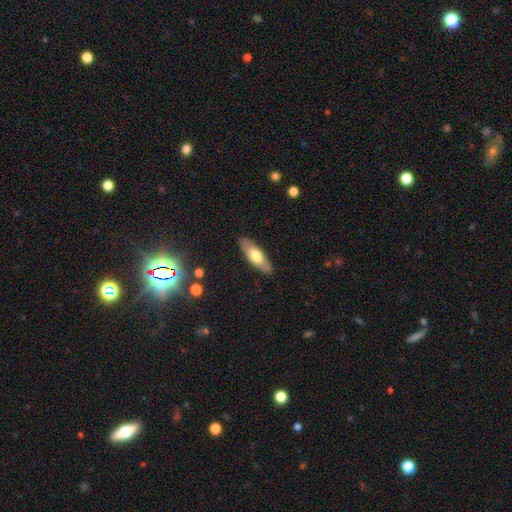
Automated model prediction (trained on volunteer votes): This appears to be a smooth galaxy with no disk features (63%) that is in between round and cigar-shaped (63%). Merging: none (88%).